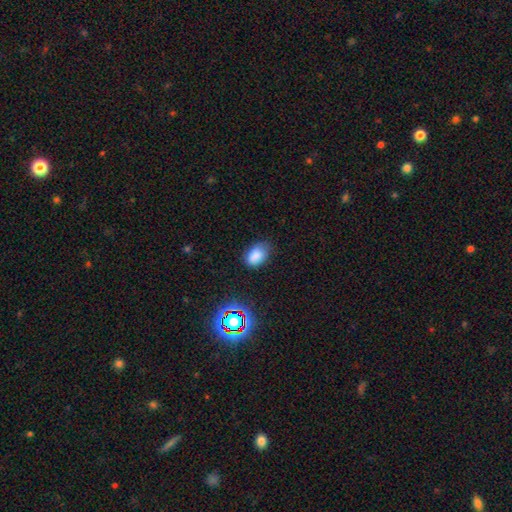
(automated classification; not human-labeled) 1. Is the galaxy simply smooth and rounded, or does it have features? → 82% smooth, 12% star or artifact, 6% featured or disk.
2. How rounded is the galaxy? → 82% in between, 17% round, 1% cigar-shaped.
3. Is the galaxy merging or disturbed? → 68% none, 25% minor disturbance, 5% major disturbance, 2% merger.